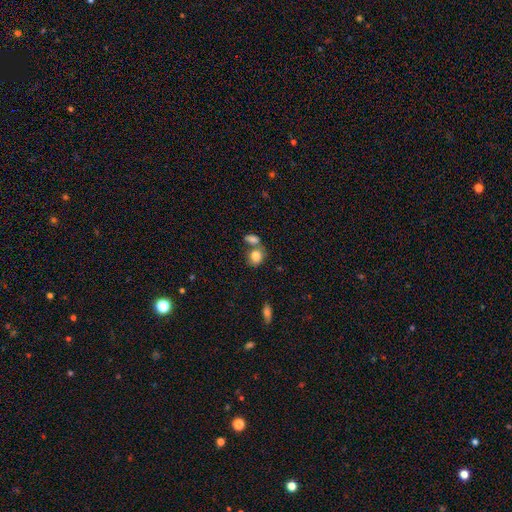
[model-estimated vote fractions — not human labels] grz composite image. It shows a smooth galaxy with no disk features (83%) that is round (59%). Merging: none (48%).